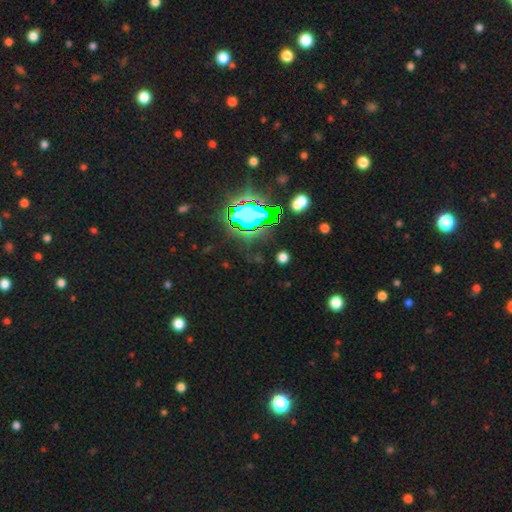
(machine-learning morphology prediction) Smooth or featured?
  - star or artifact: 74% *
  - smooth: 16%
  - featured or disk: 10%